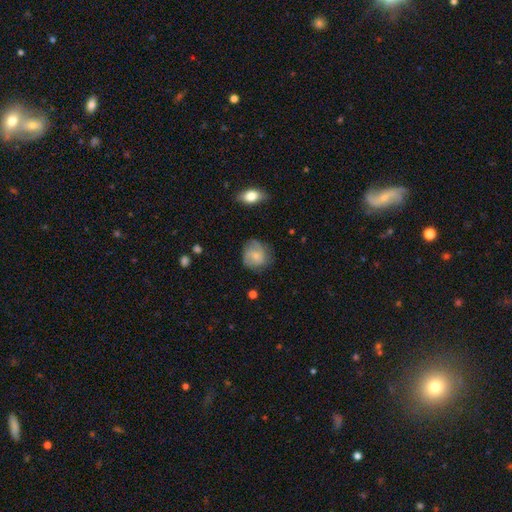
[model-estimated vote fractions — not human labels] smooth 54%, featured or disk 39%, star or artifact 8%. Down the decision tree: how rounded — round (78%); merging — none (65%).